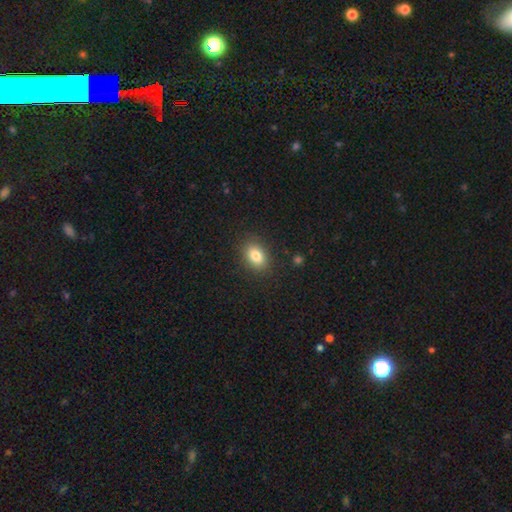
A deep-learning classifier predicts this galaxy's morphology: A smooth galaxy with no disk features (83%) that is in between round and cigar-shaped (74%). Merging: none (87%).